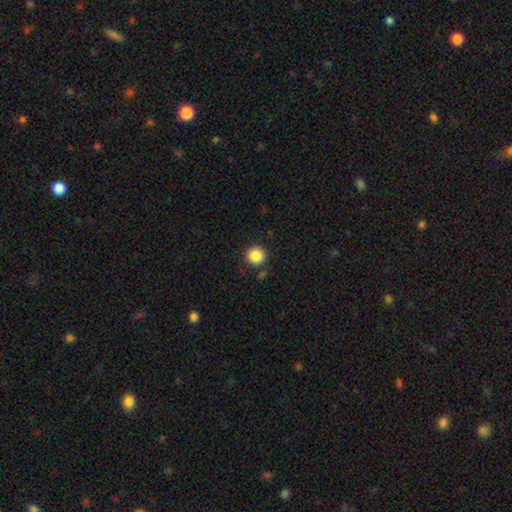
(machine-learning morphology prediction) smooth_or_featured: smooth (p=0.87) [alt: star or artifact p=0.10]
how_rounded: round (p=0.91) [alt: in between p=0.08]
merging: none (p=0.87) [alt: minor disturbance p=0.07]